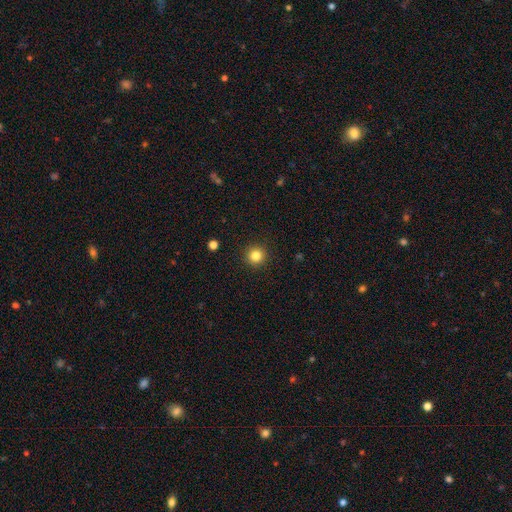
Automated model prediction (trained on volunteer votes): This appears to be a smooth galaxy with no disk features (83%) that is round (96%). Merging: none (93%).